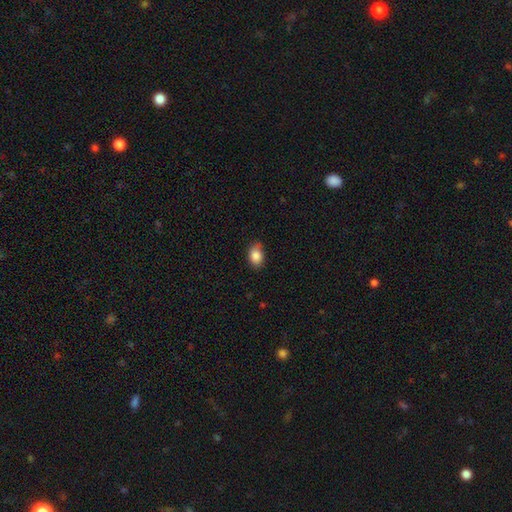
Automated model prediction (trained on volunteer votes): A smooth galaxy with no disk features (86%) that is in between round and cigar-shaped (79%).

Vote fractions:
- Smooth or featured? smooth: 86% / star or artifact: 8% / featured or disk: 5%
- How rounded? in between: 79% / round: 20% / cigar-shaped: 1%
- Merging? none: 75% / minor disturbance: 20% / major disturbance: 3% / merger: 1%